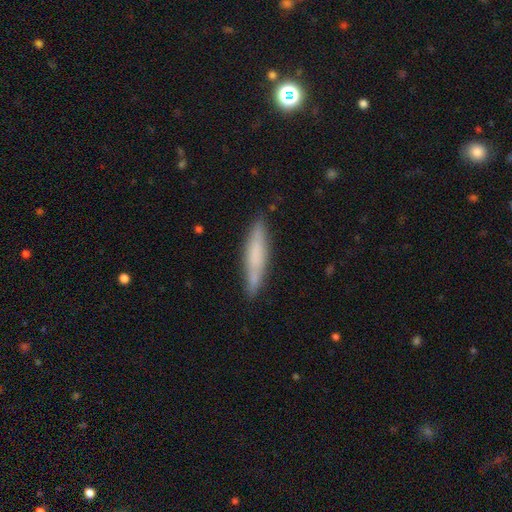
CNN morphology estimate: smooth-or-featured: smooth: 63% | featured or disk: 30% | star or artifact: 7%
  how-rounded: cigar-shaped: 88% | in between: 10% | round: 1%
  merging: none: 83% | minor disturbance: 13% | major disturbance: 2% | merger: 2%